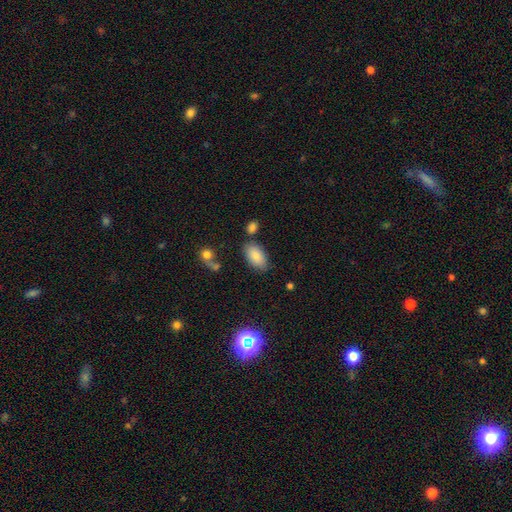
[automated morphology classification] Overall: smooth (84%). How rounded: in between (94%). Merging: none (75%).